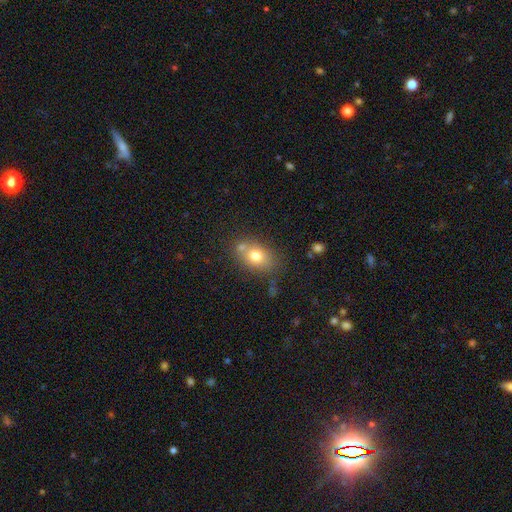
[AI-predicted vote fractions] A smooth galaxy with no disk features (74%) that is in between round and cigar-shaped (70%).

Vote fractions:
- Smooth or featured? smooth: 74% / featured or disk: 16% / star or artifact: 10%
- How rounded? in between: 70% / round: 28% / cigar-shaped: 2%
- Merging? none: 62% / merger: 17% / minor disturbance: 16% / major disturbance: 5%